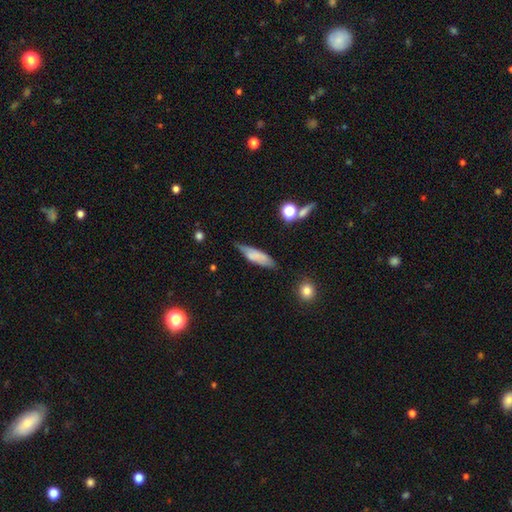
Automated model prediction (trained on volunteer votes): Smooth or featured? Predicted: smooth (p=0.68). How rounded? Predicted: cigar-shaped (p=0.51). Merging? Predicted: none (p=0.61).